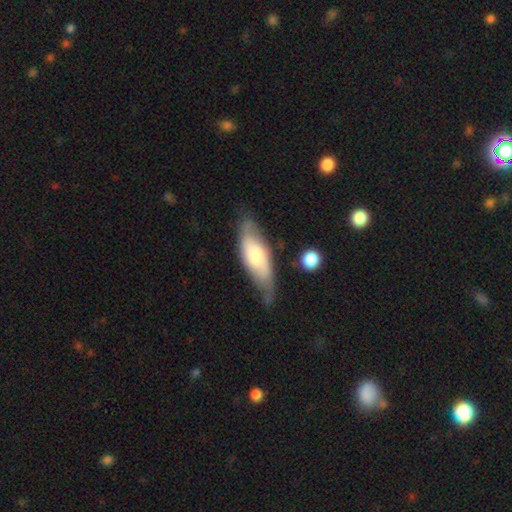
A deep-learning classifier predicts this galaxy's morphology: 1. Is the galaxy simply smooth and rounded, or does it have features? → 48% smooth, 46% featured or disk, 6% star or artifact.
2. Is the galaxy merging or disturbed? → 57% none, 29% minor disturbance, 10% major disturbance, 4% merger.